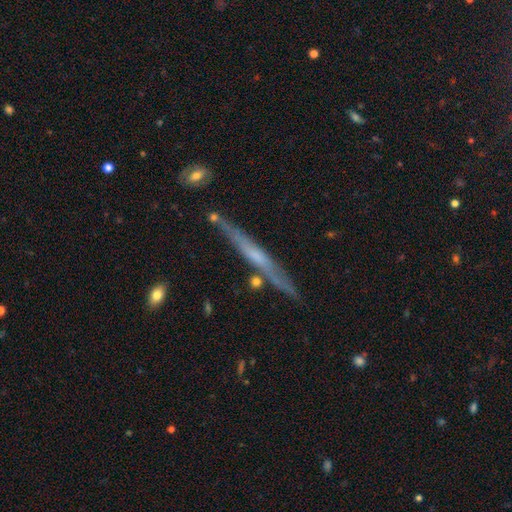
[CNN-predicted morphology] The model was most divided on "edge-on bulge": none: 55%, rounded: 35%, boxy: 9%. More confident: edge-on disk — yes (97%); merging — none (85%); smooth or featured — featured or disk (68%).